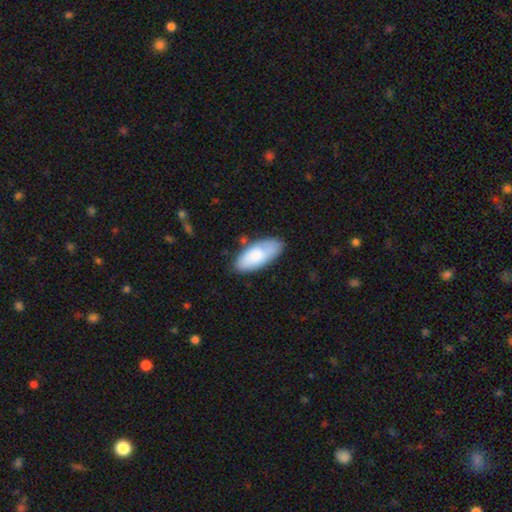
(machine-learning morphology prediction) The model was most divided on "merging": none: 72%, minor disturbance: 20%, major disturbance: 5%, merger: 4%. More confident: how rounded — in between (87%); smooth or featured — smooth (79%).